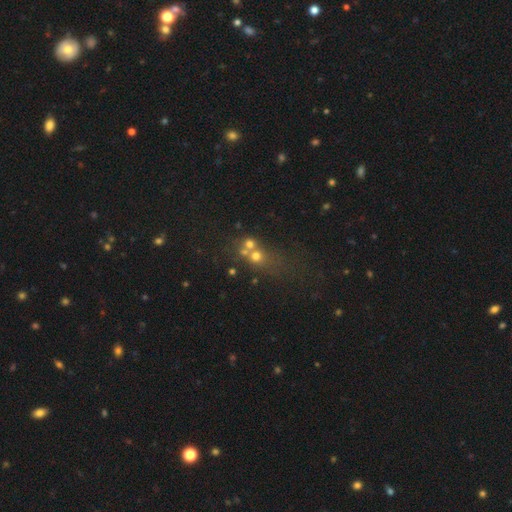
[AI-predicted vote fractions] The model was most divided on "merging": merger: 46%, none: 38%, minor disturbance: 9%, major disturbance: 7%. Remaining: smooth or featured — smooth (44%).